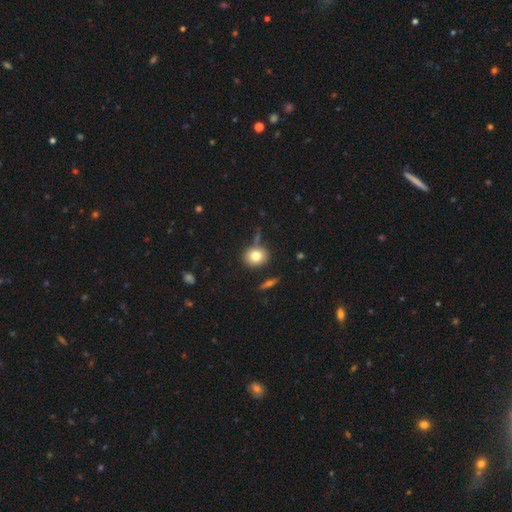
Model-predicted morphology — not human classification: Smooth or featured? smooth (78%)
How rounded? round (75%)
Merging? none (76%)